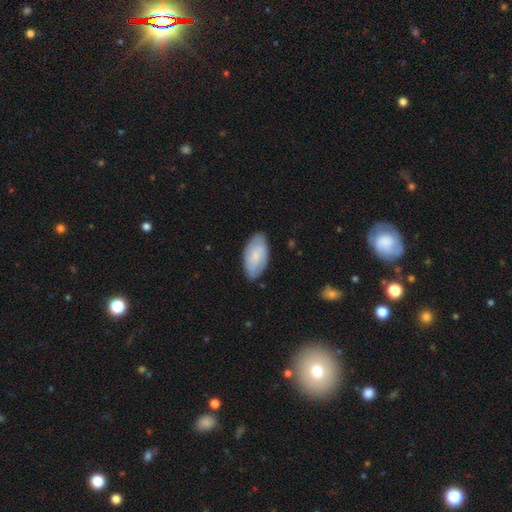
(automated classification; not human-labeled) Smooth or featured? smooth (58%)
How rounded? in between (94%)
Merging? none (79%)